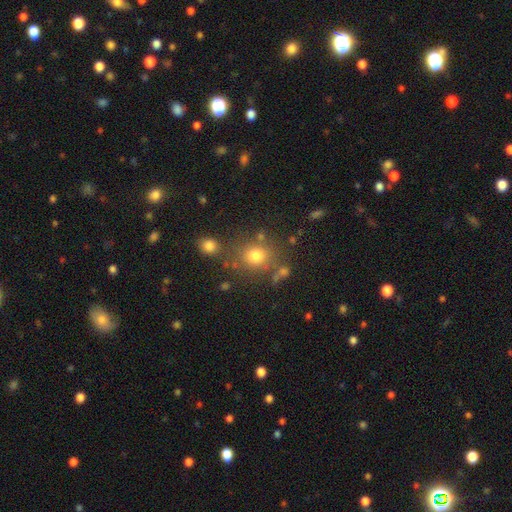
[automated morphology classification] Smooth or featured: smooth — 74% (star or artifact — 17%)
How rounded: round — 82% (in between — 17%)
Merging: none — 74% (minor disturbance — 11%)